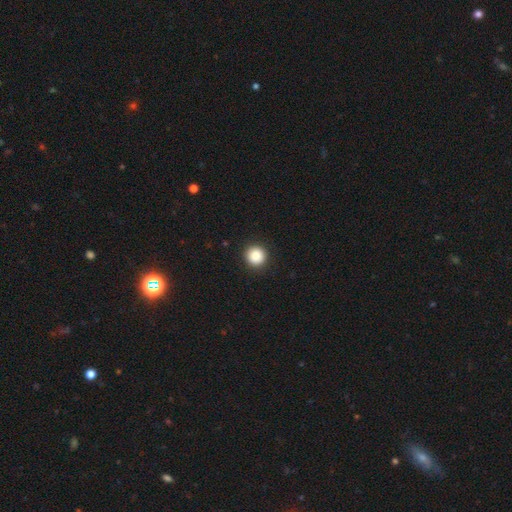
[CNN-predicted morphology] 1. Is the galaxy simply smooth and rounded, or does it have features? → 88% smooth, 9% star or artifact, 3% featured or disk.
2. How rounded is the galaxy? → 95% round, 4% in between, 1% cigar-shaped.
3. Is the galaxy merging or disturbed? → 93% none, 4% minor disturbance, 2% major disturbance, 1% merger.